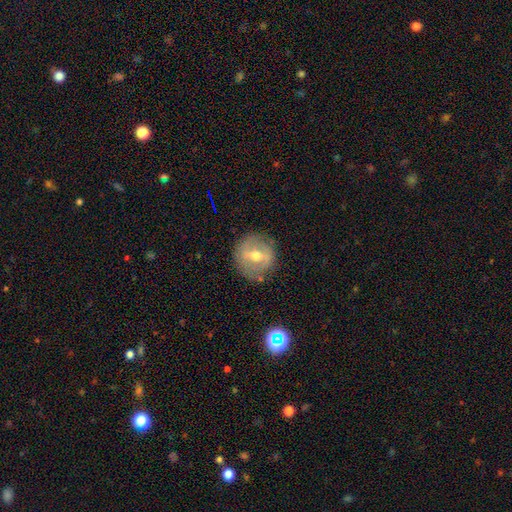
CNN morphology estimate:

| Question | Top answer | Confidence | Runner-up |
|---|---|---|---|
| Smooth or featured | featured or disk | 59% | smooth (32%) |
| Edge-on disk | no | 91% | yes (9%) |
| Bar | weak | 42% | strong (40%) |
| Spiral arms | no | 62% | yes (38%) |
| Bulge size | moderate | 73% | small (20%) |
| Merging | none | 79% | minor disturbance (14%) |